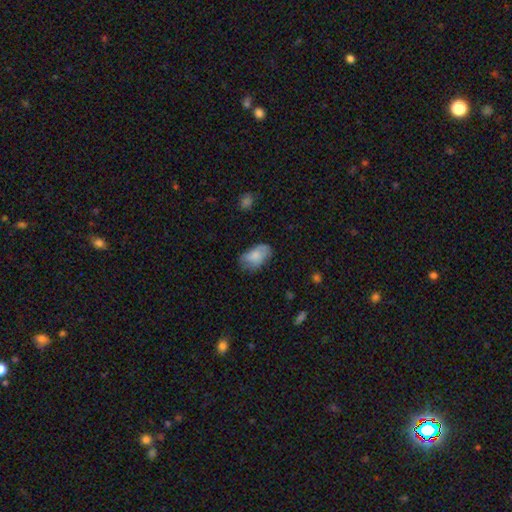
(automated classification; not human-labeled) This is likely a smooth galaxy (78%). How rounded: clearly in between (93%). Merging: likely none (63%).